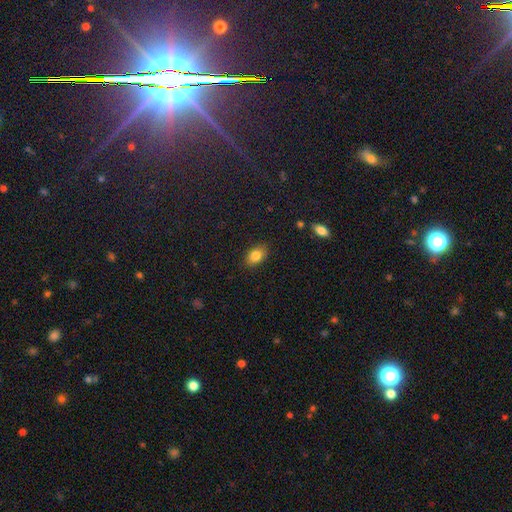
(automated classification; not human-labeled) smooth 83%, star or artifact 9%, featured or disk 8%. Down the decision tree: how rounded — in between (82%); merging — none (86%).